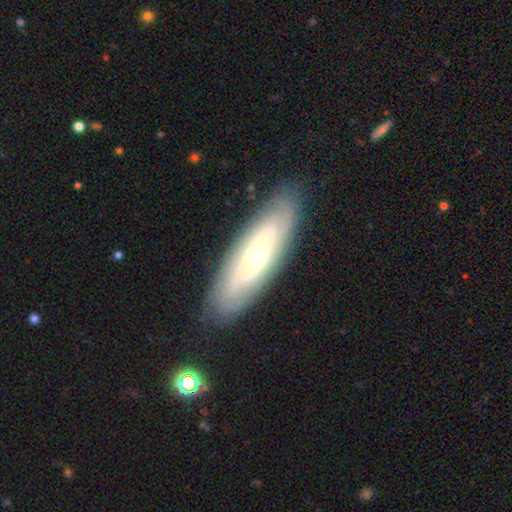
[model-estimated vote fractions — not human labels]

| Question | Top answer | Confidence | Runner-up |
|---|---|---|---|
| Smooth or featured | featured or disk | 68% | smooth (26%) |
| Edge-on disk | no | 77% | yes (23%) |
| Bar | no | 65% | weak (26%) |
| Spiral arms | yes | 68% | no (32%) |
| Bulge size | moderate | 51% | small (43%) |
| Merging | none | 85% | minor disturbance (11%) |